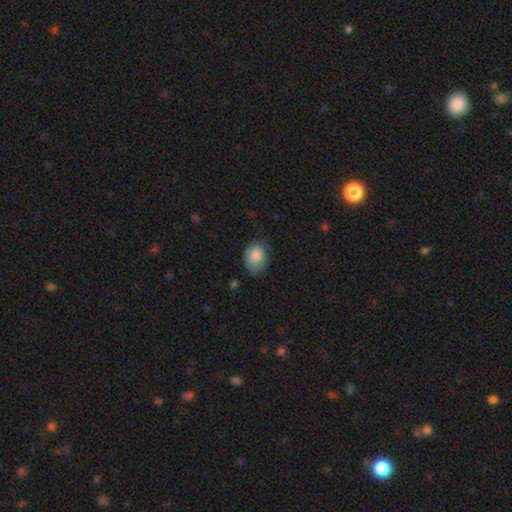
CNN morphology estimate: Smooth or featured: smooth — 85% (featured or disk — 8%)
How rounded: in between — 57% (round — 42%)
Merging: none — 61% (minor disturbance — 30%)